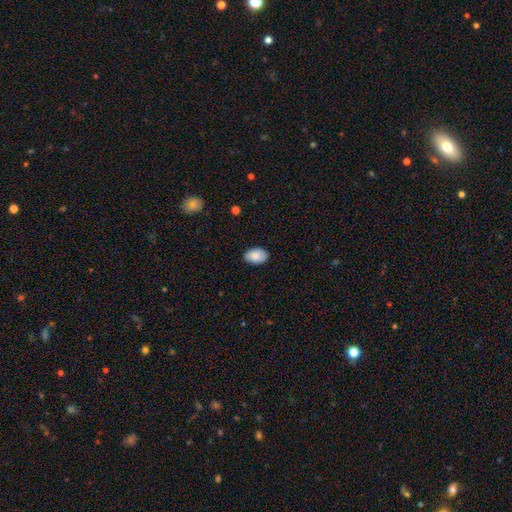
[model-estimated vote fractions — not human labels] Morphology: type=smooth (86%); roundness=in between (89%); merging=none (86%).